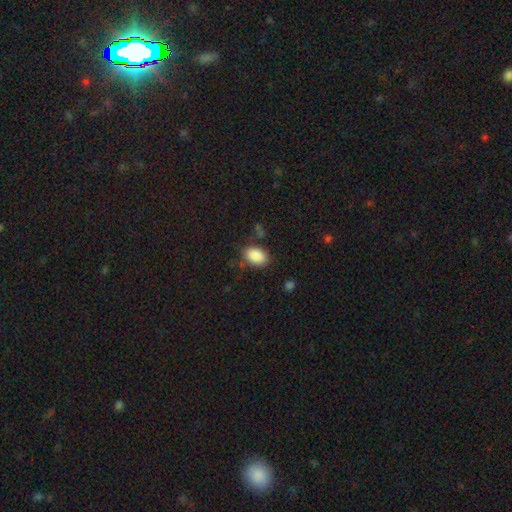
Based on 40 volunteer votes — smooth 85%, featured or disk 8%, star or artifact 8%. Down the decision tree: how rounded — in between (85%); merging — none (76%).